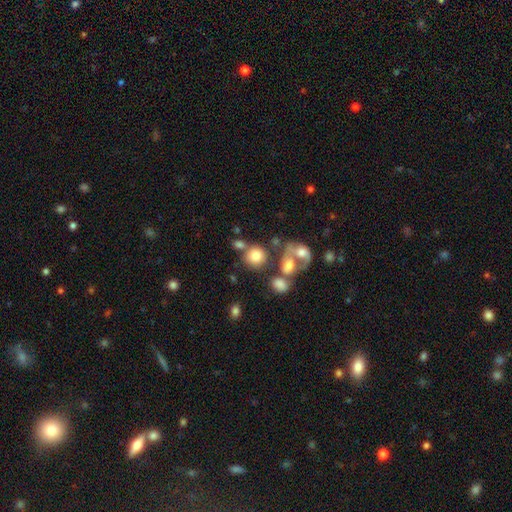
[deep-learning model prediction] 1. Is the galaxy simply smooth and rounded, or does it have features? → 75% smooth, 14% featured or disk, 11% star or artifact.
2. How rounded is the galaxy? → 80% round, 19% in between, 1% cigar-shaped.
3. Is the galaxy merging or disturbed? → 50% none, 30% merger, 12% minor disturbance, 8% major disturbance.